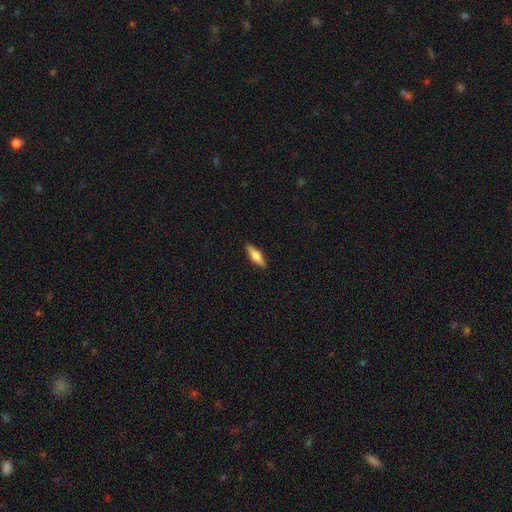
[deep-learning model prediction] Morphology: type=smooth (59%); roundness=cigar-shaped (53%); merging=none (89%).